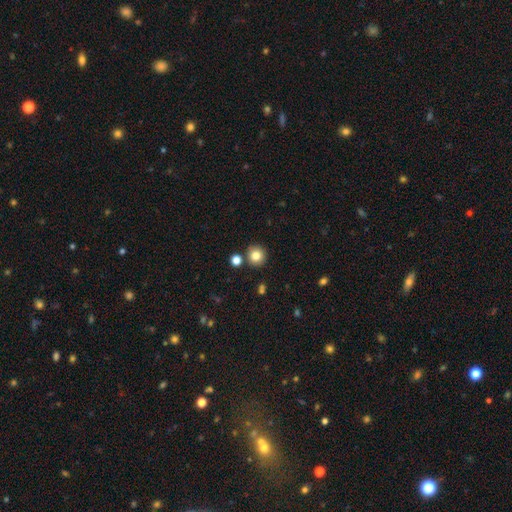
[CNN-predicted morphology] Overall: smooth (83%). How rounded: round (92%). Merging: none (85%).